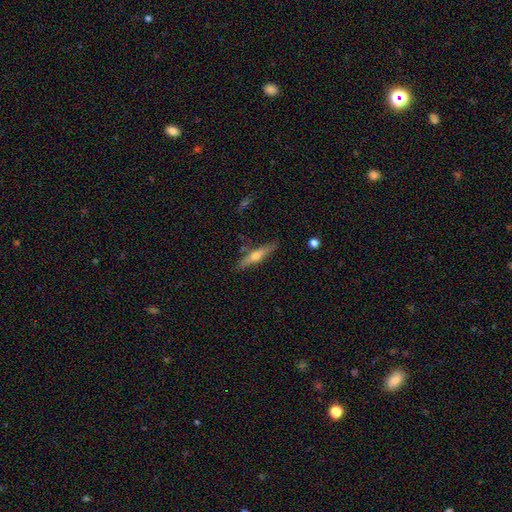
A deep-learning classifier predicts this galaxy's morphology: Q: Smooth or featured?
A: featured or disk (57%); runner-up: smooth (37%)
Q: Edge-on disk?
A: yes (95%); runner-up: no (5%)
Q: Edge-on bulge?
A: rounded (89%); runner-up: none (7%)
Q: Merging?
A: none (84%); runner-up: minor disturbance (11%)